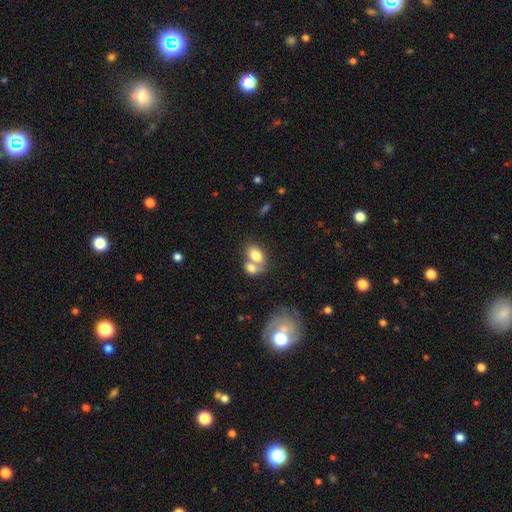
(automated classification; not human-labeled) Q: Smooth or featured?
A: smooth (77%); runner-up: featured or disk (15%)
Q: How rounded?
A: in between (83%); runner-up: round (16%)
Q: Merging?
A: merger (60%); runner-up: none (28%)